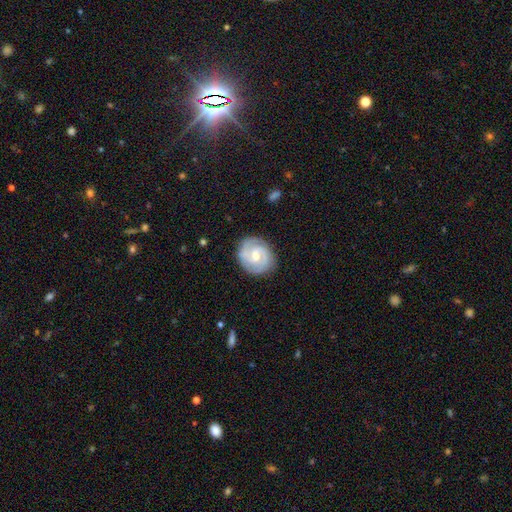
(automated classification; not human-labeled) This is clearly a featured or disk galaxy (81%). It is clearly not viewed edge-on (98%). Bar: possibly weak (51%). Spiral arm pattern: clearly yes (94%). Spiral arm count: likely 2 (68%). Spiral winding: possibly tight (58%). Central bulge: likely moderate (62%). Merging: clearly none (82%).